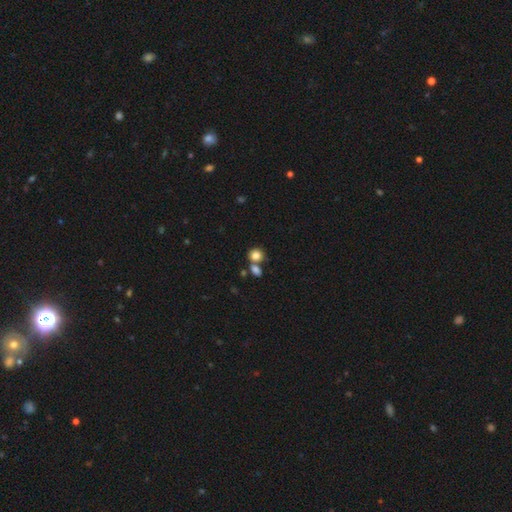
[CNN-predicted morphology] smooth 82%, star or artifact 10%, featured or disk 7%. Down the decision tree: how rounded — round (75%); merging — none (52%).